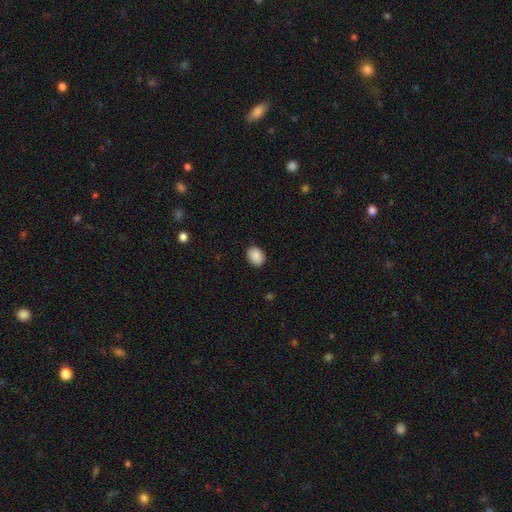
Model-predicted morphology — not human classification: Smooth or featured? Predicted: smooth (p=0.89). How rounded? Predicted: in between (p=0.62). Merging? Predicted: none (p=0.87).